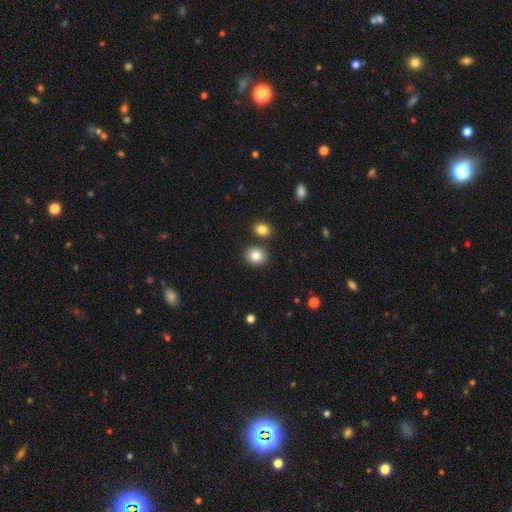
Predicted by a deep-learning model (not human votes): Smooth or featured: smooth — 84% (star or artifact — 10%)
How rounded: round — 68% (in between — 31%)
Merging: none — 80% (merger — 9%)